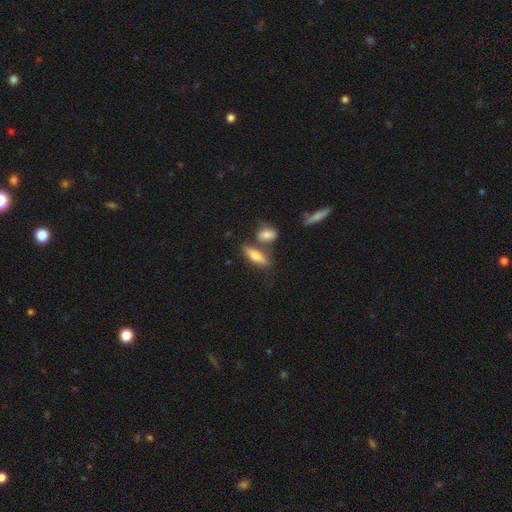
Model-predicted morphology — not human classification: Overall: smooth (70%). How rounded: in between (55%; cigar-shaped 42%). Merging: none (59%; merger 24%).